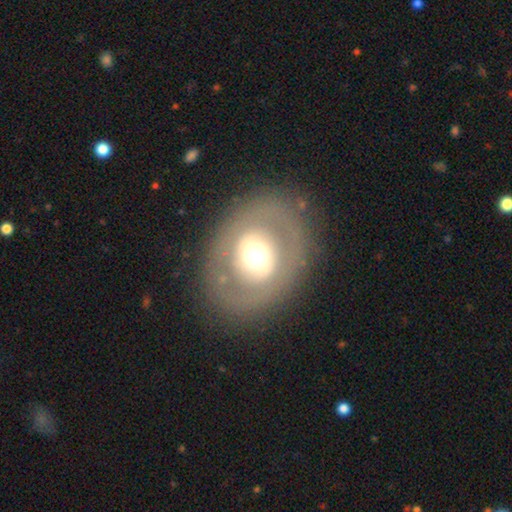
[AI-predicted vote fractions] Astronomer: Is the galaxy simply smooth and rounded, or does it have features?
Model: featured or disk — 53% (runner-up: smooth, 40%).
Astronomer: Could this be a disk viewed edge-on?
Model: no — 93%.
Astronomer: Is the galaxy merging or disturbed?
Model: none — 82%.